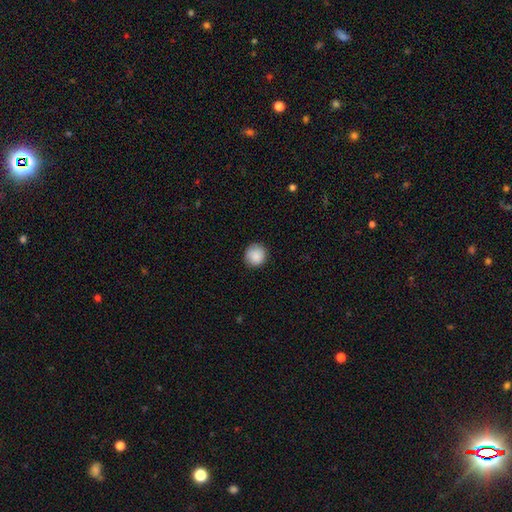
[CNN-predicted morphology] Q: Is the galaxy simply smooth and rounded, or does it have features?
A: smooth — 89%.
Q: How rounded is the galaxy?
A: round — 93%.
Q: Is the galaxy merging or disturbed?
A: none — 89%.